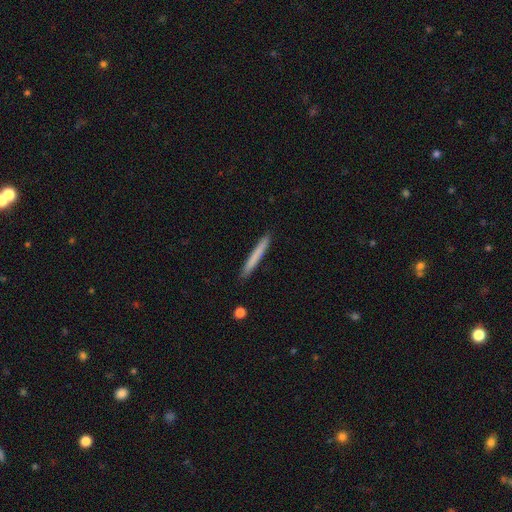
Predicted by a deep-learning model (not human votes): smooth_or_featured: smooth (p=0.72) [alt: featured or disk p=0.22]
how_rounded: cigar-shaped (p=0.97) [alt: in between p=0.02]
merging: none (p=0.91) [alt: minor disturbance p=0.06]